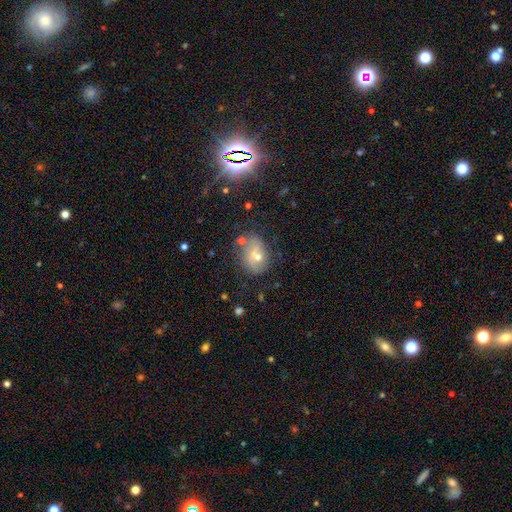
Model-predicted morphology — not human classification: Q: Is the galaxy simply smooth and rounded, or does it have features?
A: smooth — 52%.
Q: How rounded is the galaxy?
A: in between — 62%.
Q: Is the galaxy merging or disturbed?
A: none — 46%.